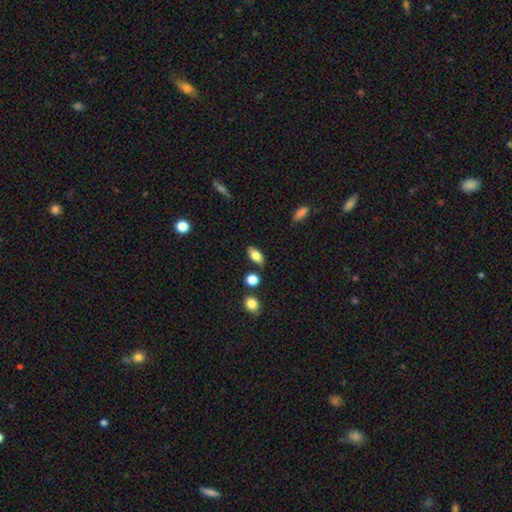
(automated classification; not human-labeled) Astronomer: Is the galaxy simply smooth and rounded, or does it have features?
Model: smooth — 78%.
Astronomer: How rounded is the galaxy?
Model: in between — 88%.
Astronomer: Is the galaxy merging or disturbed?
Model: none — 80%.